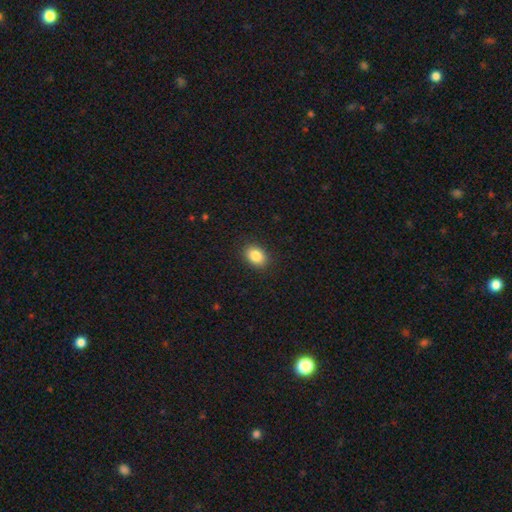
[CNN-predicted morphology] type=smooth (87%); roundness=in between (71%); merging=none (89%).